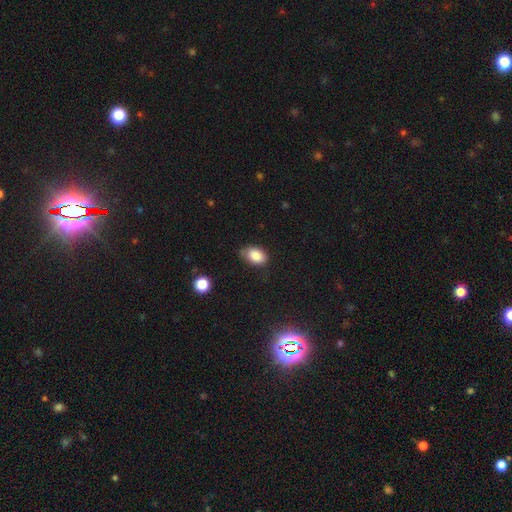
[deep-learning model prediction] Smooth or featured: smooth — 86% (star or artifact — 8%)
How rounded: in between — 86% (round — 12%)
Merging: none — 66% (minor disturbance — 27%)